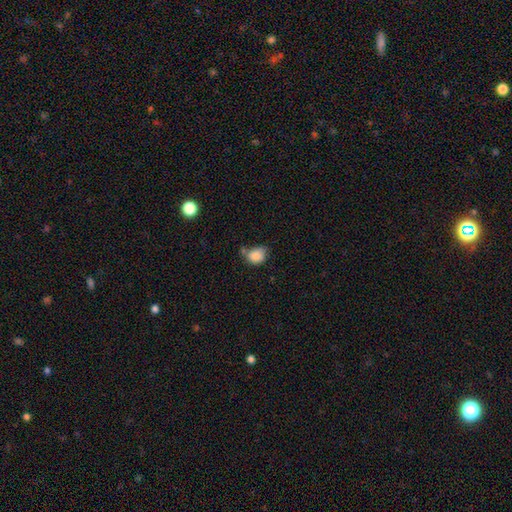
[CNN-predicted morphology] A smooth galaxy with no disk features (84%) that is round (57%). Merging: none (43%).